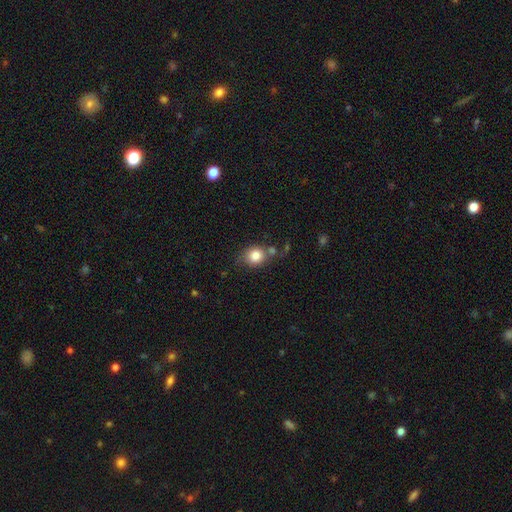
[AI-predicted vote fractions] Smooth or featured?
  - smooth: 82% *
  - star or artifact: 9%
  - featured or disk: 9%
How rounded?
  - round: 70% *
  - in between: 29%
  - cigar-shaped: 1%
Merging?
  - none: 60% *
  - minor disturbance: 18%
  - merger: 15%
  - major disturbance: 7%